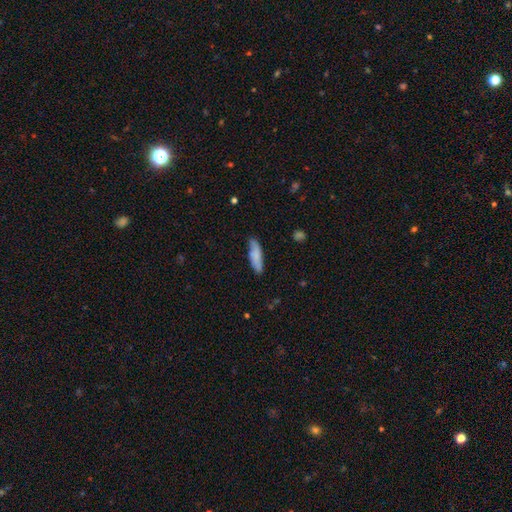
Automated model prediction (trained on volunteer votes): smooth-or-featured: smooth: 74% | featured or disk: 20% | star or artifact: 6%
  how-rounded: cigar-shaped: 56% | in between: 42% | round: 2%
  merging: none: 74% | minor disturbance: 20% | major disturbance: 4% | merger: 2%